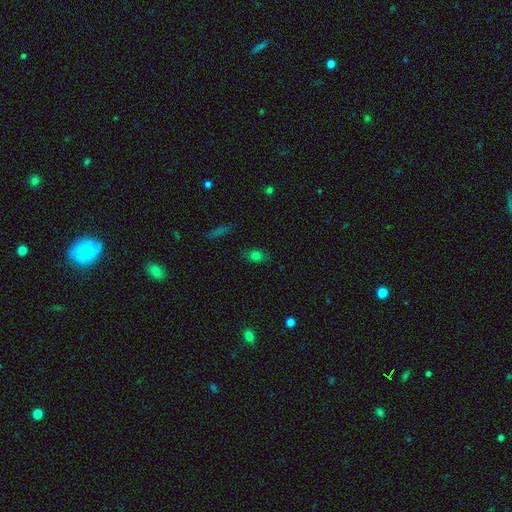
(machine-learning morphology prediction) This appears to be a smooth galaxy with no disk features (75%) that is in between round and cigar-shaped (76%). Merging: none (80%).